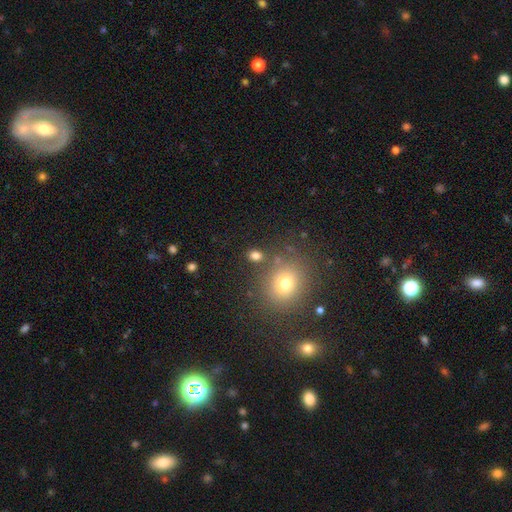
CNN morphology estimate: A smooth galaxy with no disk features (76%) that is round (52%). Merging: none (79%).